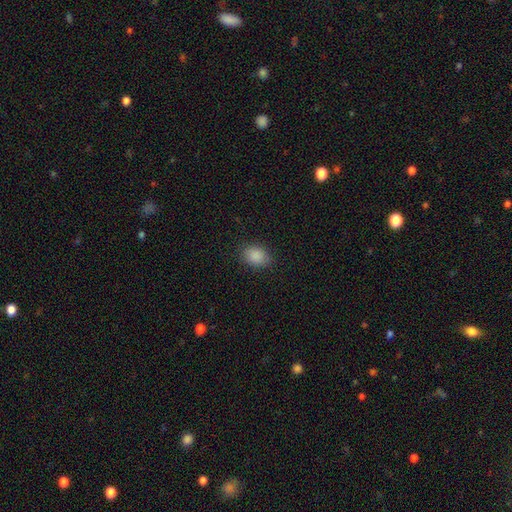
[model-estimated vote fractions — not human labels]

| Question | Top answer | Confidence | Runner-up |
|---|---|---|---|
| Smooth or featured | smooth | 88% | star or artifact (9%) |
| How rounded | in between | 68% | round (31%) |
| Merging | none | 84% | minor disturbance (12%) |